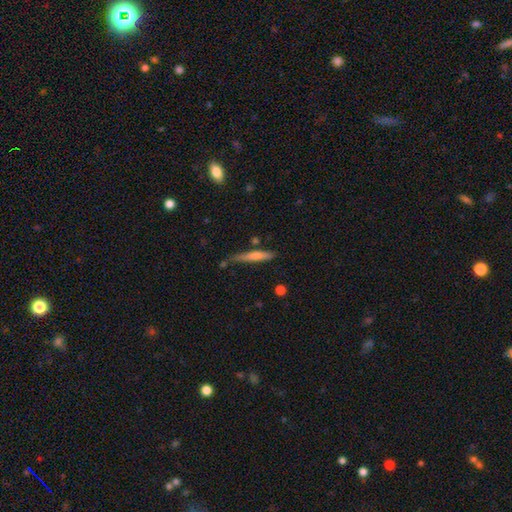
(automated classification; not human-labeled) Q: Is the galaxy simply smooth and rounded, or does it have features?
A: smooth — 64%.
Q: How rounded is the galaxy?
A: cigar-shaped — 92%.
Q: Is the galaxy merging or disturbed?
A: none — 66%.